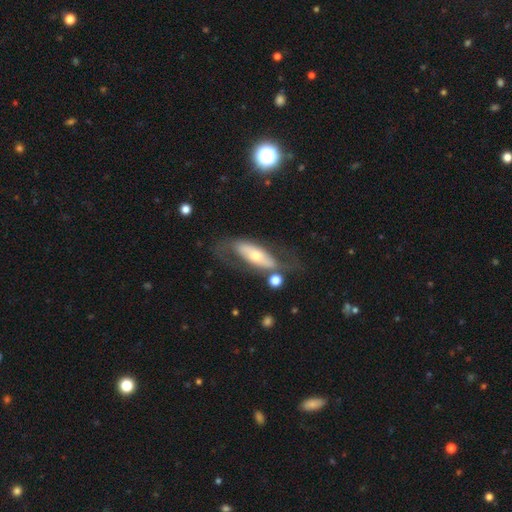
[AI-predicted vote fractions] Smooth or featured: featured or disk — 57% (smooth — 37%)
Edge-on disk: no — 75% (yes — 25%)
Merging: none — 56% (minor disturbance — 19%)